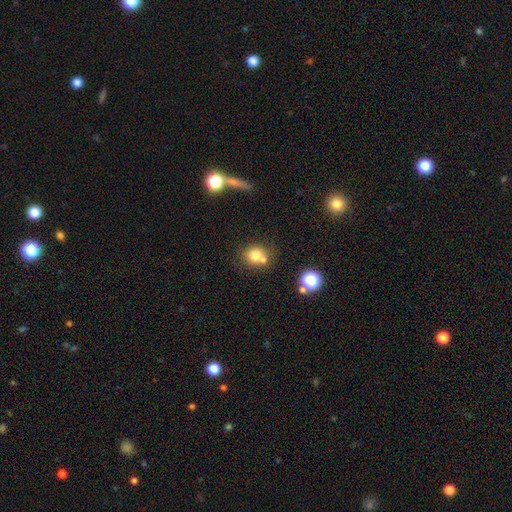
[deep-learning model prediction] Smooth or featured? smooth (75%)
How rounded? round (79%)
Merging? none (53%)